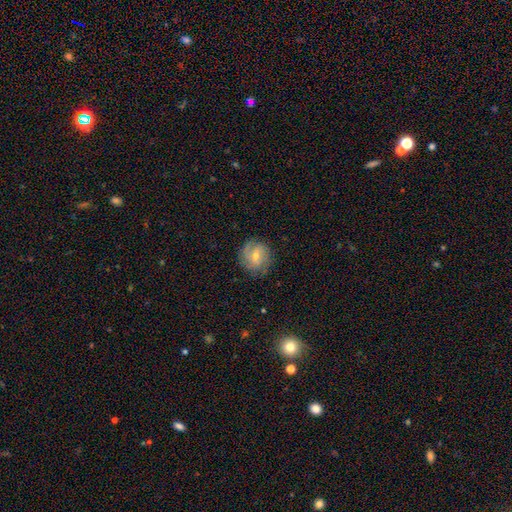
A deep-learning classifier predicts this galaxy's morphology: The model was most divided on "bar": weak: 47%, no: 40%, strong: 13%. Remaining: edge-on disk — no (97%); spiral arms — yes (90%); merging — none (82%); smooth or featured — featured or disk (66%); bulge size — small (53%); spiral winding — tight (53%); spiral arm count — 2 (40%).